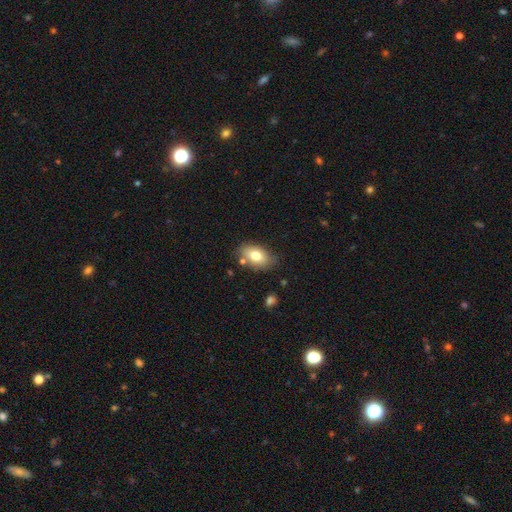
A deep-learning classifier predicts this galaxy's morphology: This appears to be a smooth galaxy with no disk features (76%) that is in between round and cigar-shaped (89%). Merging: none (74%).